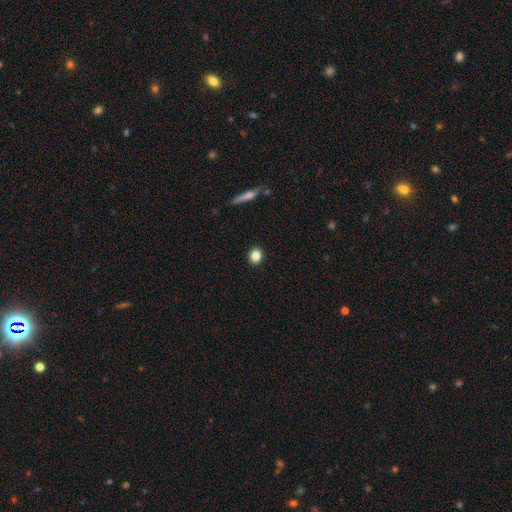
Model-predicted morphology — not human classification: smooth_or_featured: smooth (p=0.85) [alt: star or artifact p=0.09]
how_rounded: round (p=0.64) [alt: in between p=0.34]
merging: none (p=0.91) [alt: minor disturbance p=0.06]